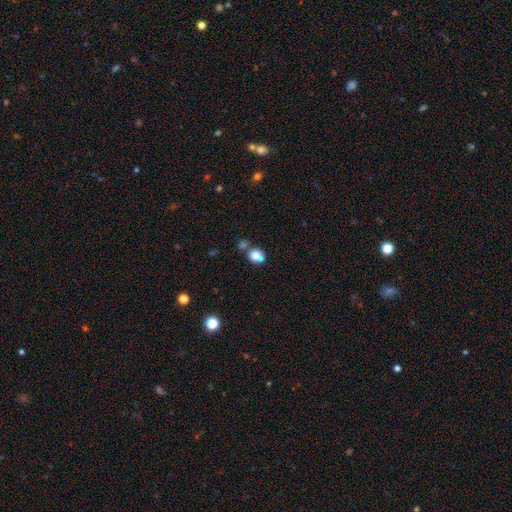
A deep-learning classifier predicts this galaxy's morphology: Q: Smooth or featured?
A: smooth (81%); runner-up: star or artifact (11%)
Q: How rounded?
A: round (54%); runner-up: in between (45%)
Q: Merging?
A: none (60%); runner-up: merger (20%)